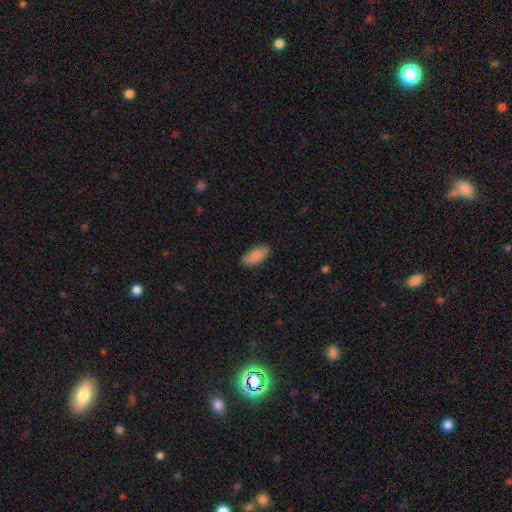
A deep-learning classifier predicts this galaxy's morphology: Q: Smooth or featured?
A: smooth (89%); runner-up: star or artifact (7%)
Q: How rounded?
A: in between (90%); runner-up: cigar-shaped (8%)
Q: Merging?
A: none (85%); runner-up: minor disturbance (11%)